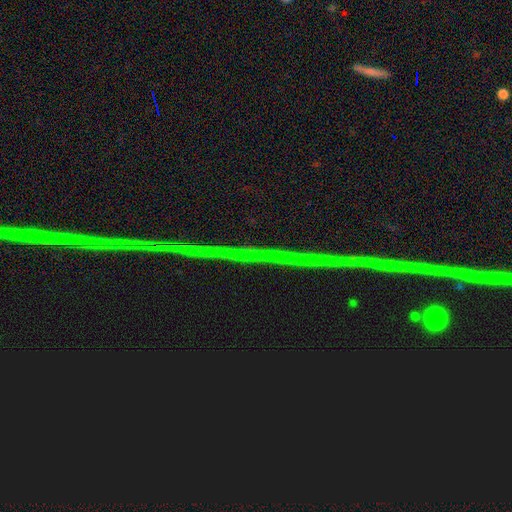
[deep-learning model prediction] A star or artifact, not a galaxy (79%).